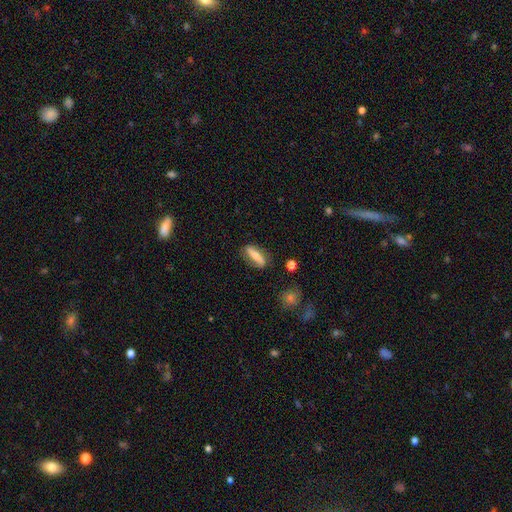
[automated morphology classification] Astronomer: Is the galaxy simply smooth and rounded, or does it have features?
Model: smooth — 58% (runner-up: featured or disk, 35%).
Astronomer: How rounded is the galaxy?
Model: cigar-shaped — 57% (runner-up: in between, 39%).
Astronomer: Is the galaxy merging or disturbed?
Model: none — 79%.